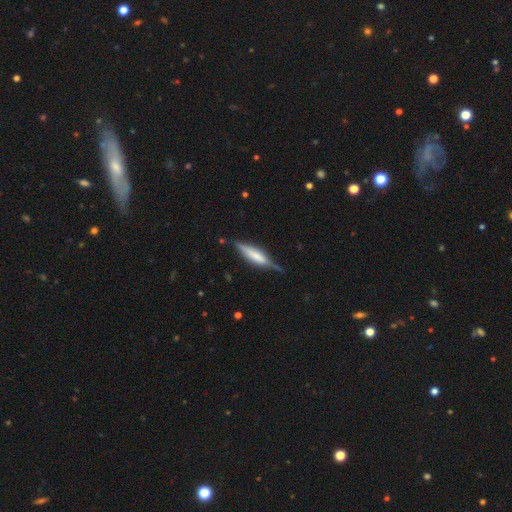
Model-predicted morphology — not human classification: smooth-or-featured: featured or disk: 54% | smooth: 40% | star or artifact: 6%
  disk-edge-on: yes: 94% | no: 6%
    edge-on-bulge: boxy: 48% | rounded: 36% | none: 16%
  merging: none: 73% | minor disturbance: 20% | major disturbance: 5% | merger: 2%